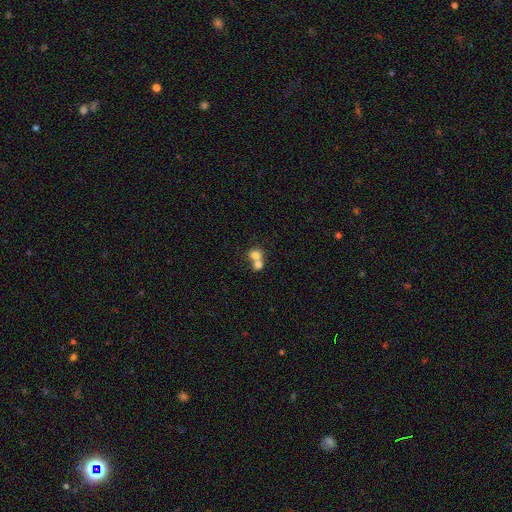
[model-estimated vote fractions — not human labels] Smooth or featured: smooth — 76% (featured or disk — 13%)
How rounded: round — 74% (in between — 25%)
Merging: merger — 64% (none — 28%)